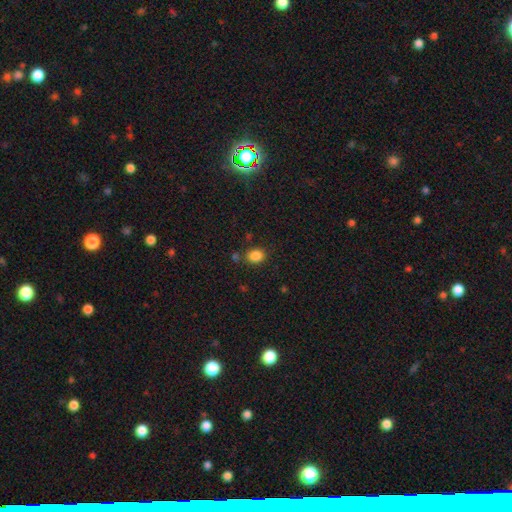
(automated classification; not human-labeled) Q: Smooth or featured?
A: smooth (85%); runner-up: star or artifact (11%)
Q: How rounded?
A: round (51%); runner-up: in between (48%)
Q: Merging?
A: none (78%); runner-up: minor disturbance (12%)